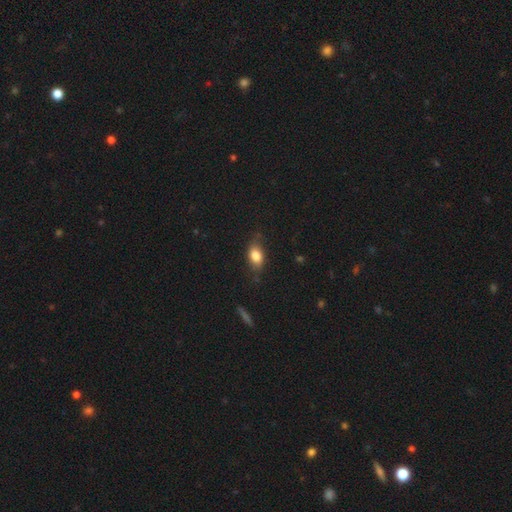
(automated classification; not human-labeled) Morphology: type=smooth (81%); roundness=in between (83%); merging=none (69%).